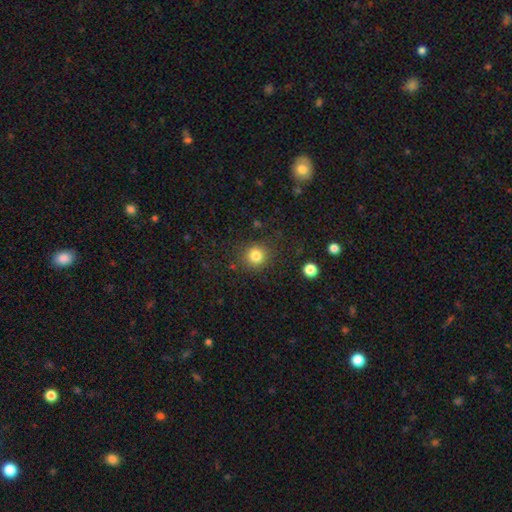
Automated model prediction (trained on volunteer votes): smooth_or_featured: smooth (p=0.83) [alt: star or artifact p=0.12]
how_rounded: round (p=0.91) [alt: in between p=0.08]
merging: none (p=0.87) [alt: minor disturbance p=0.08]